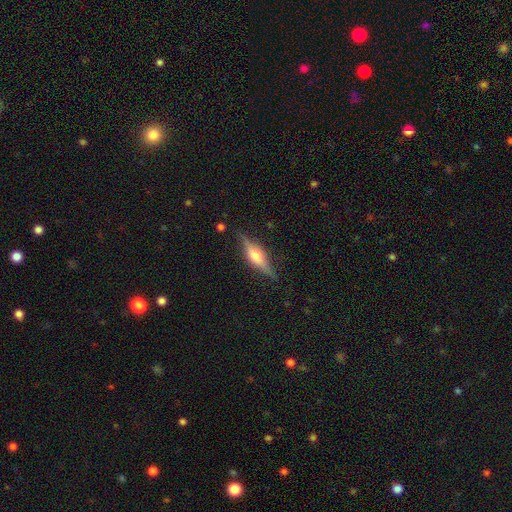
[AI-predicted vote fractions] A featured or disk galaxy (69%) viewed edge-on (95%) with a rounded central bulge (84%).

Vote fractions:
- Smooth or featured? featured or disk: 69% / smooth: 24% / star or artifact: 7%
- Edge-on disk? yes: 95% / no: 5%
- Edge-on bulge? rounded: 84% / boxy: 13% / none: 3%
- Merging? none: 83% / minor disturbance: 12% / major disturbance: 3% / merger: 1%